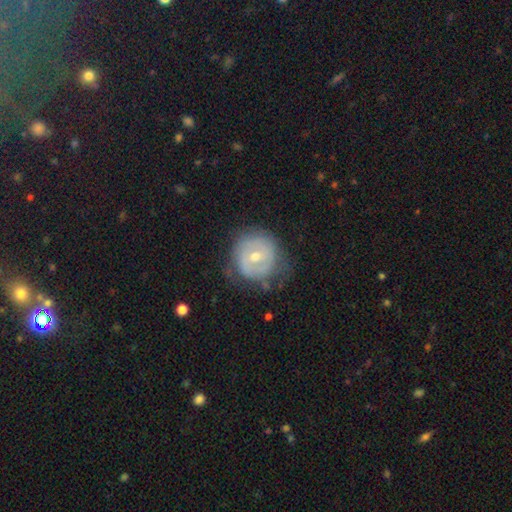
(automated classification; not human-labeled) A featured or disk galaxy (61%) with no bar (45%), spiral arms (55%) and a moderate central bulge (57%).

Vote fractions:
- Smooth or featured? featured or disk: 61% / smooth: 32% / star or artifact: 7%
- Edge-on disk? no: 97% / yes: 3%
- Bar? no: 45% / weak: 41% / strong: 13%
- Spiral arms? yes: 55% / no: 45%
- Bulge size? moderate: 57% / small: 40% / large: 2% / none: 1% / dominant: 1%
- Merging? none: 66% / minor disturbance: 23% / major disturbance: 10% / merger: 2%